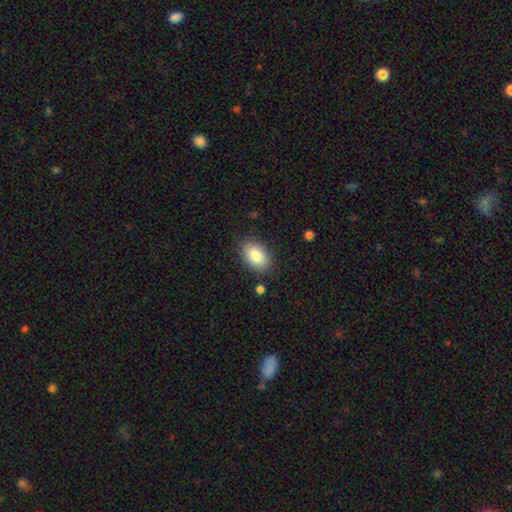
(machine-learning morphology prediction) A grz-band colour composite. It shows a smooth galaxy with no disk features (82%) that is in between round and cigar-shaped (87%). Merging: none (86%).